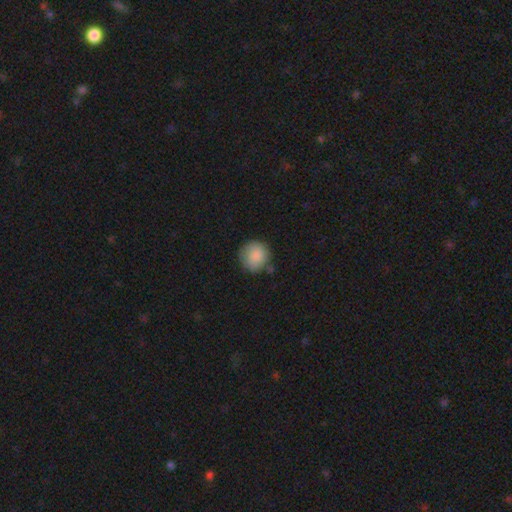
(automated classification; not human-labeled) Q: Smooth or featured?
A: smooth (88%); runner-up: star or artifact (7%)
Q: How rounded?
A: round (92%); runner-up: in between (7%)
Q: Merging?
A: none (77%); runner-up: minor disturbance (15%)